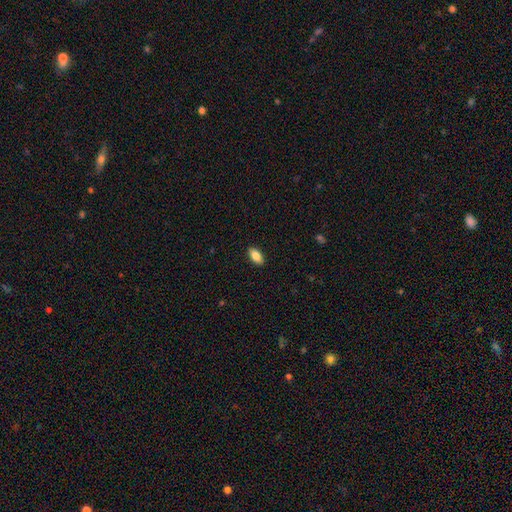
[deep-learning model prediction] This is clearly a smooth galaxy (85%). How rounded: clearly in between (90%). Merging: clearly none (90%).